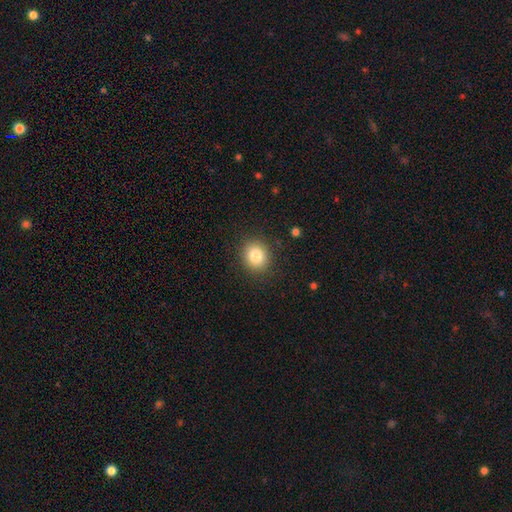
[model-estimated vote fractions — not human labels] A smooth galaxy with no disk features (83%) that is round (77%).

Vote fractions:
- Smooth or featured? smooth: 83% / star or artifact: 10% / featured or disk: 7%
- How rounded? round: 77% / in between: 22% / cigar-shaped: 1%
- Merging? none: 88% / minor disturbance: 8% / major disturbance: 3% / merger: 1%